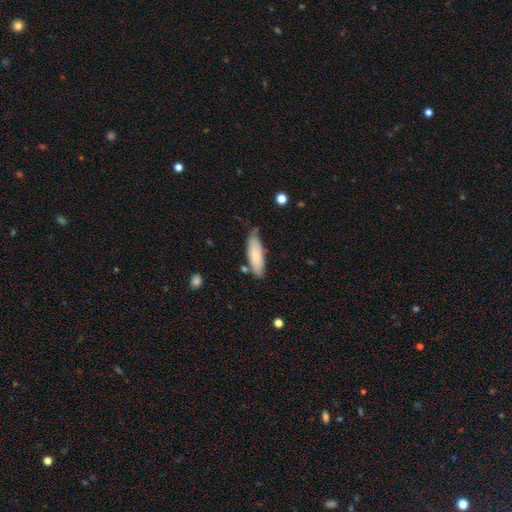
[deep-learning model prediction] Q: Smooth or featured?
A: smooth (79%); runner-up: featured or disk (15%)
Q: How rounded?
A: in between (54%); runner-up: cigar-shaped (44%)
Q: Merging?
A: none (66%); runner-up: minor disturbance (25%)